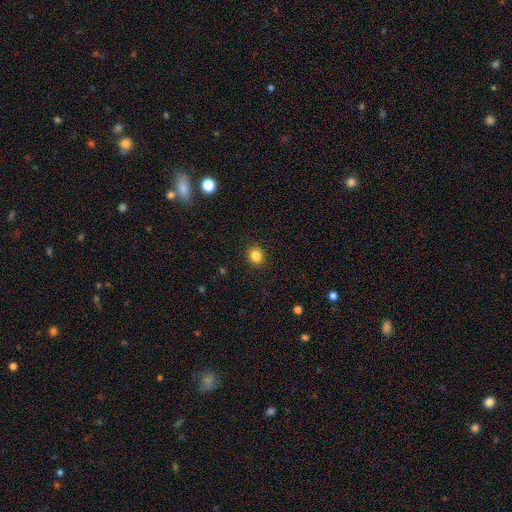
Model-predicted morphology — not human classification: Smooth or featured?
  - smooth: 84% *
  - star or artifact: 11%
  - featured or disk: 5%
How rounded?
  - round: 77% *
  - in between: 22%
  - cigar-shaped: 1%
Merging?
  - none: 91% *
  - minor disturbance: 6%
  - major disturbance: 2%
  - merger: 1%